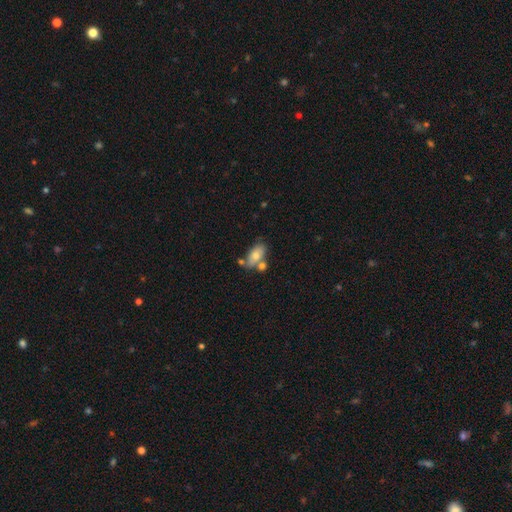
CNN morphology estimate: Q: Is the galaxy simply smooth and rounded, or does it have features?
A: smooth — 71%.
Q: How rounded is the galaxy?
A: in between — 90%.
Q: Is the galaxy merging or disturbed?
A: none — 48%.